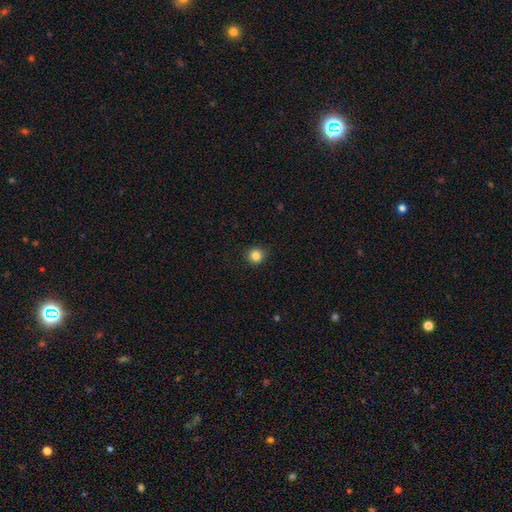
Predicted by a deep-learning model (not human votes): smooth_or_featured: smooth (p=0.84) [alt: star or artifact p=0.11]
how_rounded: round (p=0.93) [alt: in between p=0.06]
merging: none (p=0.90) [alt: minor disturbance p=0.07]